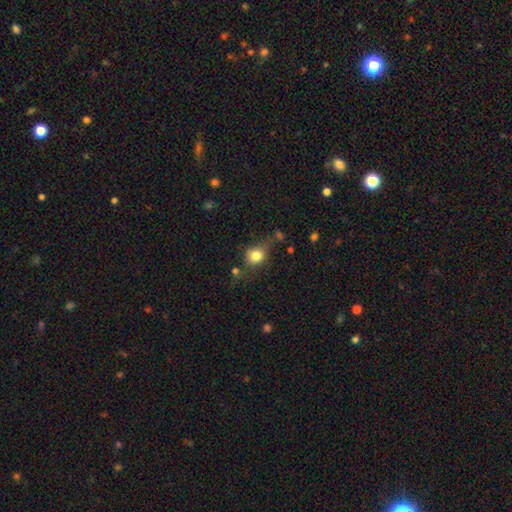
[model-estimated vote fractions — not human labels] This is likely a smooth galaxy (78%). How rounded: likely round (61%). Merging: possibly none (54%).